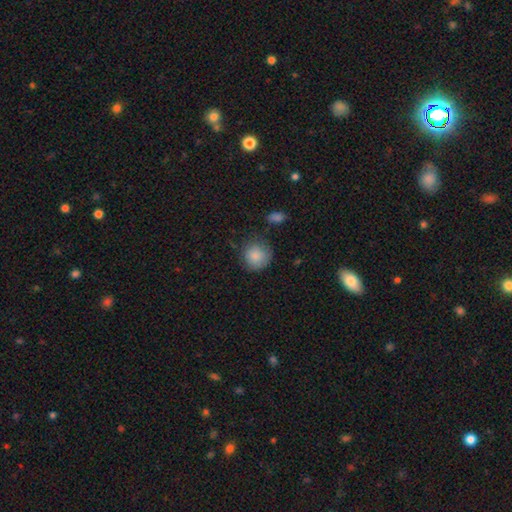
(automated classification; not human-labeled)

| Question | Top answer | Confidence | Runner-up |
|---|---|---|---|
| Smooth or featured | smooth | 87% | star or artifact (8%) |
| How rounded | round | 91% | in between (8%) |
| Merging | none | 76% | minor disturbance (17%) |